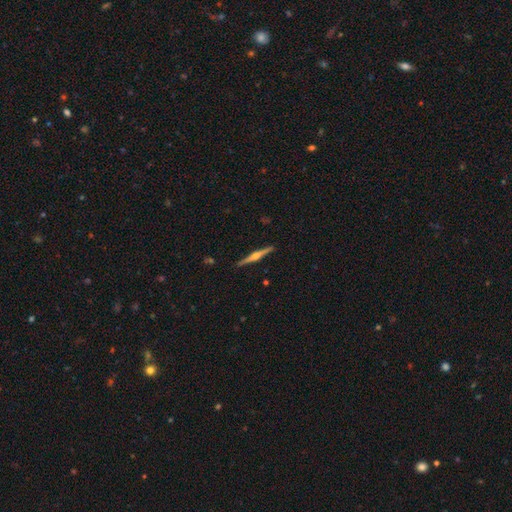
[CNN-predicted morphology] A featured or disk galaxy (79%) viewed edge-on (99%) with a rounded central bulge (92%). Merging: none (92%).